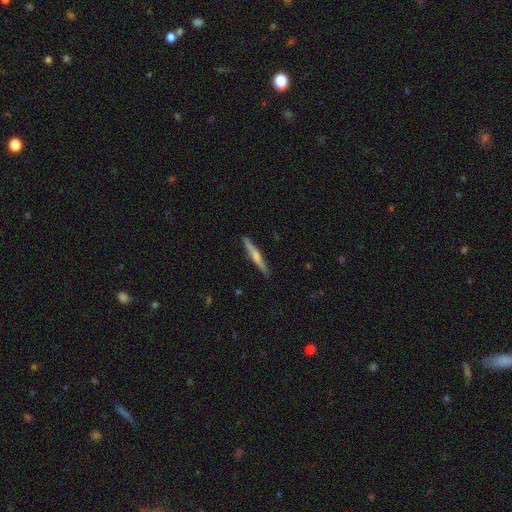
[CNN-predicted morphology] Smooth or featured: featured or disk — 65% (smooth — 30%)
Edge-on disk: yes — 98% (no — 2%)
Edge-on bulge: rounded — 79% (none — 12%)
Merging: none — 91% (minor disturbance — 6%)